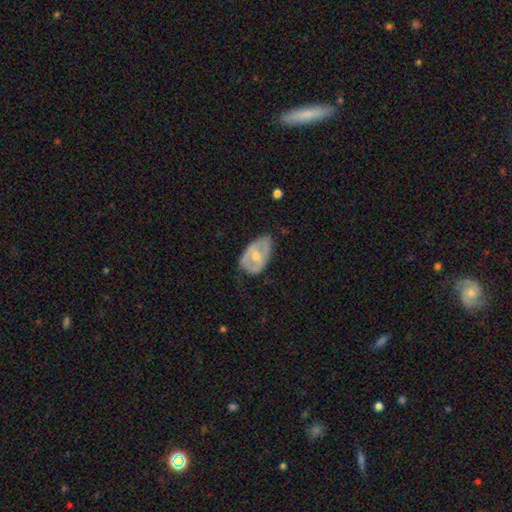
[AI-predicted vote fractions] Q: Smooth or featured?
A: featured or disk (55%); runner-up: smooth (39%)
Q: Edge-on disk?
A: no (92%); runner-up: yes (8%)
Q: Bar?
A: no (56%); runner-up: weak (28%)
Q: Spiral arms?
A: no (71%); runner-up: yes (29%)
Q: Bulge size?
A: moderate (61%); runner-up: small (35%)
Q: Merging?
A: none (48%); runner-up: minor disturbance (37%)